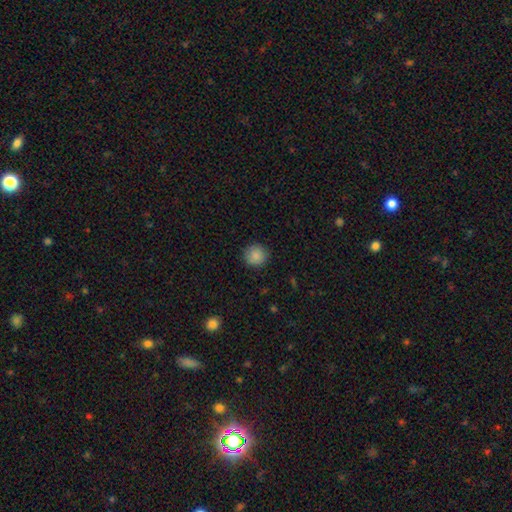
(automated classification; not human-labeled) Smooth or featured: smooth — 88% (star or artifact — 9%)
How rounded: round — 94% (in between — 5%)
Merging: none — 90% (minor disturbance — 7%)